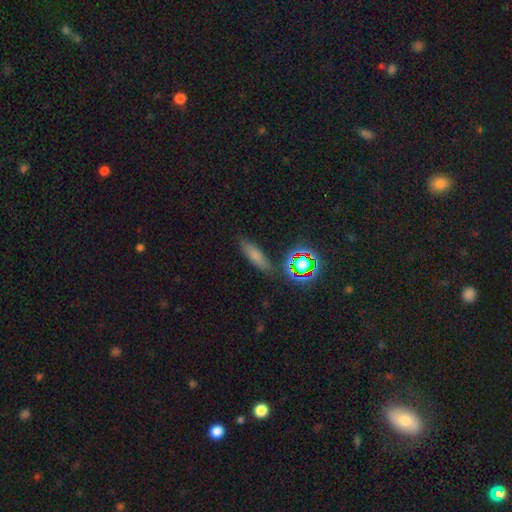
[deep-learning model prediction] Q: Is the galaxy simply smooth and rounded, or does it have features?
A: smooth — 66%.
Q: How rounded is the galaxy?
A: cigar-shaped — 61%.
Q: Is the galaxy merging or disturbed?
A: none — 81%.